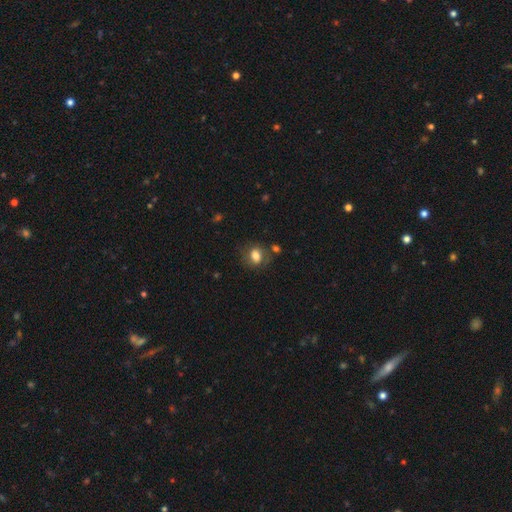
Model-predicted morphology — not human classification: A smooth galaxy with no disk features (75%) that is in between round and cigar-shaped (54%).

Vote fractions:
- Smooth or featured? smooth: 75% / featured or disk: 16% / star or artifact: 10%
- How rounded? in between: 54% / round: 44% / cigar-shaped: 1%
- Merging? none: 70% / minor disturbance: 17% / major disturbance: 7% / merger: 6%